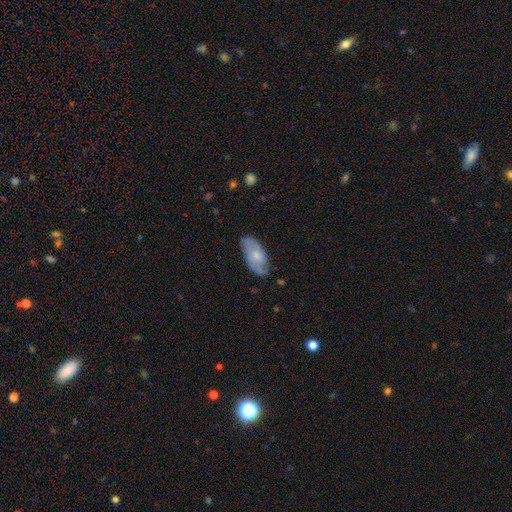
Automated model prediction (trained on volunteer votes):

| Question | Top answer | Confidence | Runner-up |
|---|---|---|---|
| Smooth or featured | featured or disk | 47% | smooth (46%) |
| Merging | none | 68% | minor disturbance (24%) |